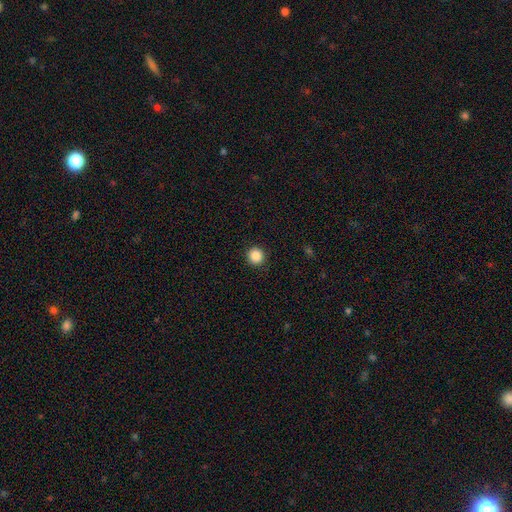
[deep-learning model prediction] A smooth galaxy with no disk features (87%) that is round (93%).

Vote fractions:
- Smooth or featured? smooth: 87% / star or artifact: 10% / featured or disk: 3%
- How rounded? round: 93% / in between: 6% / cigar-shaped: 1%
- Merging? none: 92% / minor disturbance: 6% / major disturbance: 2% / merger: 1%